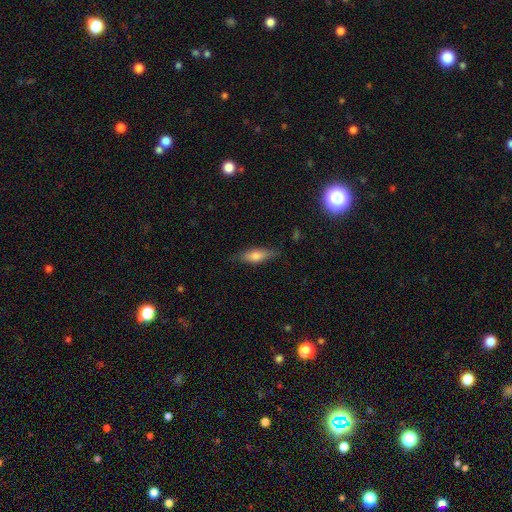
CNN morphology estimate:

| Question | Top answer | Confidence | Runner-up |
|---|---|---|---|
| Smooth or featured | smooth | 68% | featured or disk (25%) |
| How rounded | in between | 57% | cigar-shaped (40%) |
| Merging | none | 77% | minor disturbance (18%) |